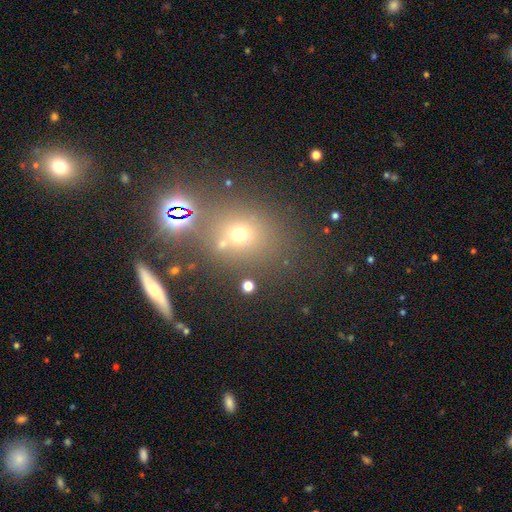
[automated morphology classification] Smooth or featured? Predicted: smooth (p=0.45). Merging? Predicted: none (p=0.67).